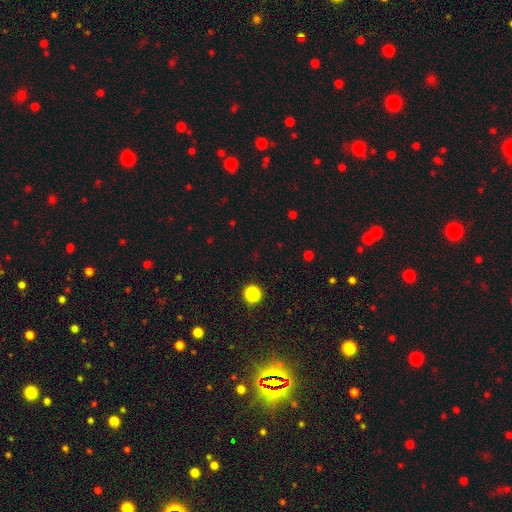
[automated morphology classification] type=star or artifact (57%).